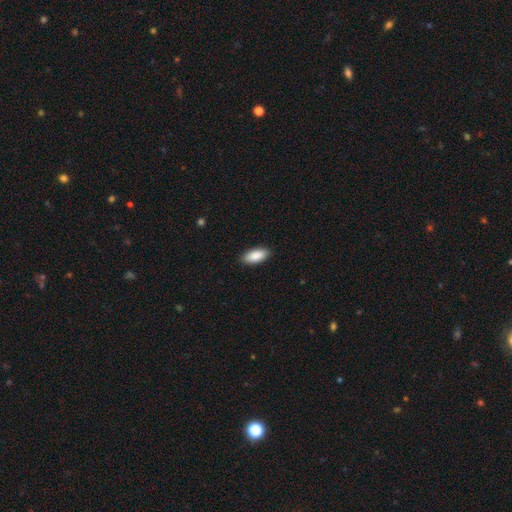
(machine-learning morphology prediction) This is clearly a smooth galaxy (89%). How rounded: clearly in between (89%). Merging: clearly none (89%).